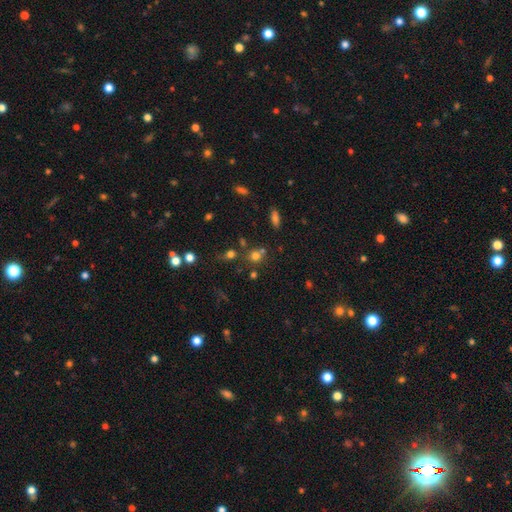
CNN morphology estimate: A smooth galaxy with no disk features (67%) that is round (84%). Merging: none (62%).